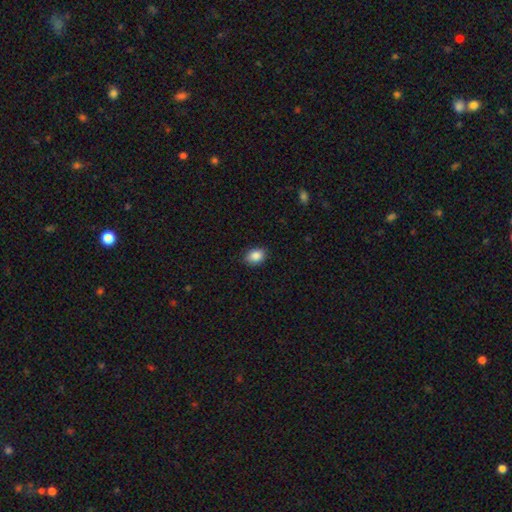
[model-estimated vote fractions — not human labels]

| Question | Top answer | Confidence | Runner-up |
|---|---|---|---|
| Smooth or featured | smooth | 88% | star or artifact (8%) |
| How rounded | in between | 73% | round (26%) |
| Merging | none | 86% | minor disturbance (10%) |